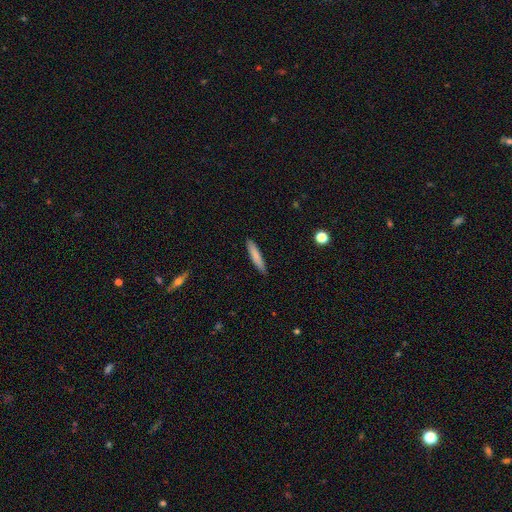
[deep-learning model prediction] A smooth galaxy with no disk features (80%) that is cigar-shaped (89%). Merging: none (88%).